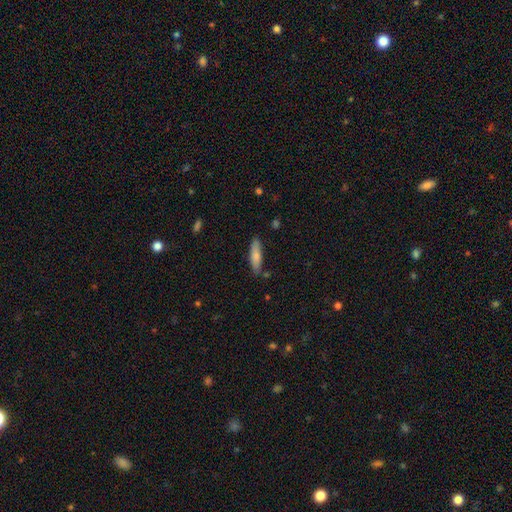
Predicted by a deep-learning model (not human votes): Q: Smooth or featured?
A: smooth (79%); runner-up: featured or disk (15%)
Q: How rounded?
A: cigar-shaped (65%); runner-up: in between (34%)
Q: Merging?
A: none (82%); runner-up: minor disturbance (13%)